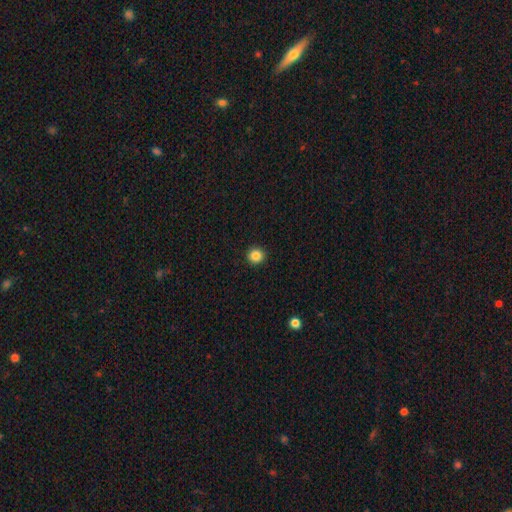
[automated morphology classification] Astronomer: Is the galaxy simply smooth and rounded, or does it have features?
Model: smooth — 86%.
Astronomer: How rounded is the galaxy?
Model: round — 94%.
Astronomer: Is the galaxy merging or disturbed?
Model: none — 94%.